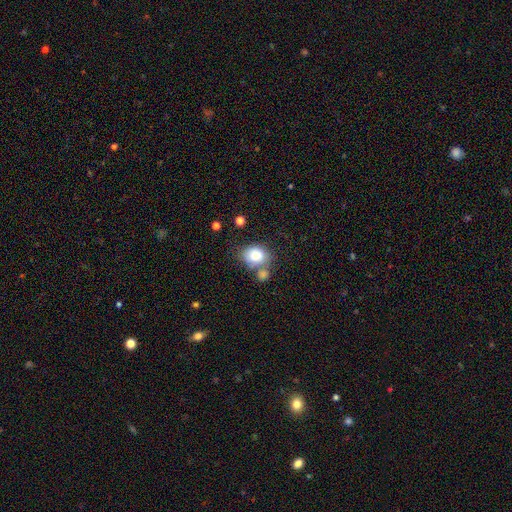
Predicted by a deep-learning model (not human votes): smooth_or_featured: smooth (p=0.79) [alt: featured or disk p=0.13]
how_rounded: round (p=0.52) [alt: in between p=0.47]
merging: none (p=0.43) [alt: merger p=0.34]